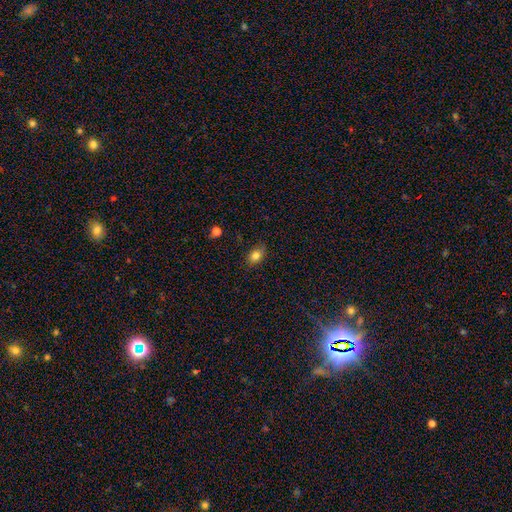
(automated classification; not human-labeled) This is clearly a smooth galaxy (81%). How rounded: likely in between (75%). Merging: likely none (77%).